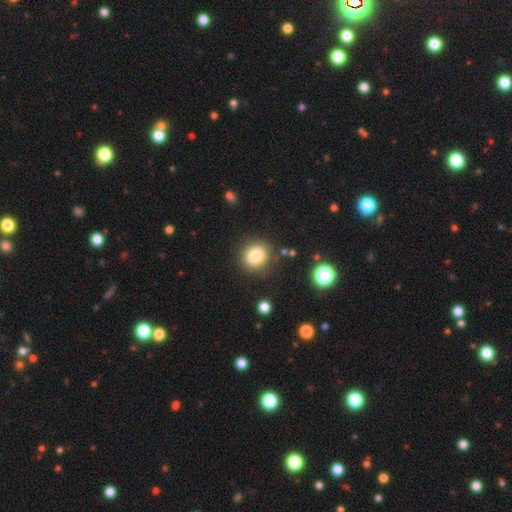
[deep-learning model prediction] A smooth galaxy with no disk features (81%) that is round (80%). Merging: none (85%).